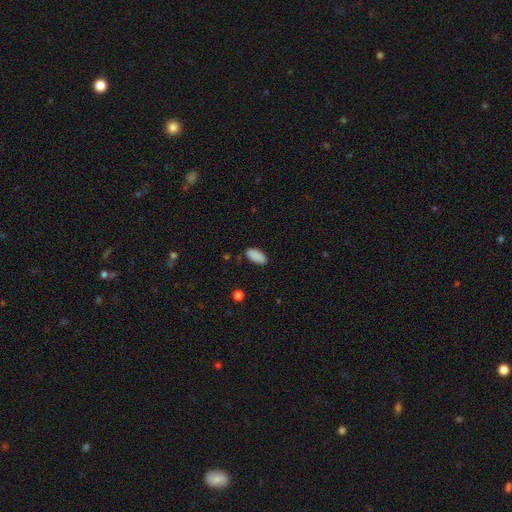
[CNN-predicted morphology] The model was most divided on "merging": none: 83%, minor disturbance: 13%, major disturbance: 3%, merger: 2%. More confident: how rounded — in between (92%); smooth or featured — smooth (89%).